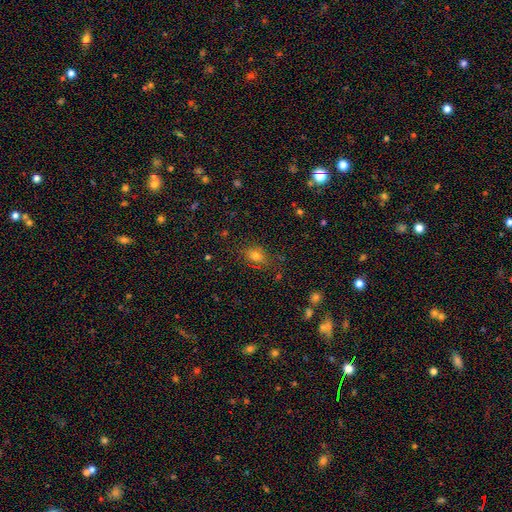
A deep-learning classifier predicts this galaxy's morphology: Smooth or featured: smooth — 73% (star or artifact — 17%)
How rounded: in between — 70% (round — 26%)
Merging: none — 75% (minor disturbance — 17%)